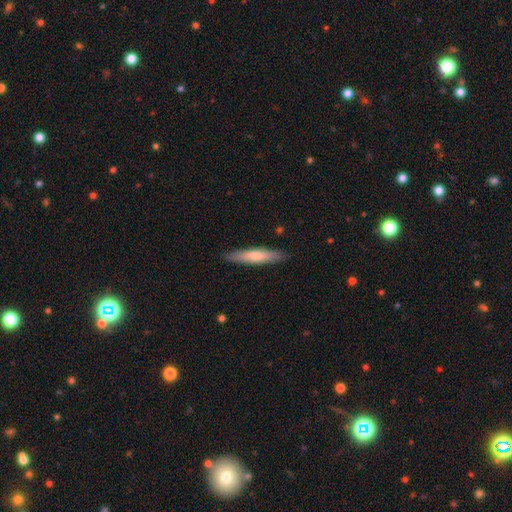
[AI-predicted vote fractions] smooth 69%, featured or disk 26%, star or artifact 5%. Down the decision tree: how rounded — cigar-shaped (86%); merging — none (87%).